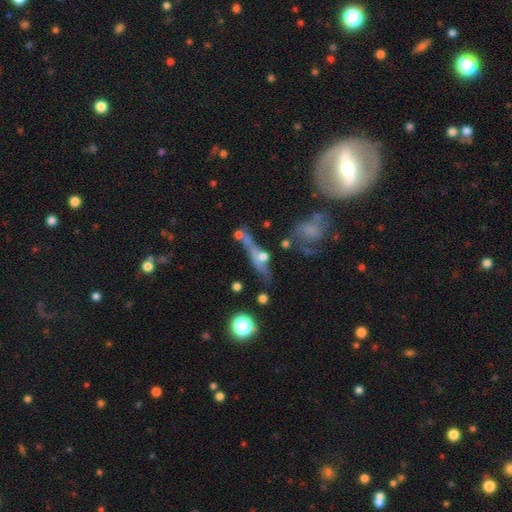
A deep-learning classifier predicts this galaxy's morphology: A featured or disk galaxy (57%) viewed edge-on (65%). Merging: none (57%).